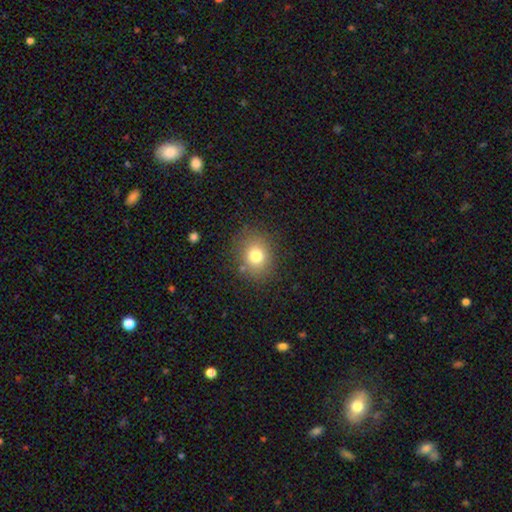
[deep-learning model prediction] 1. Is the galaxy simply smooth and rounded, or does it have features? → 78% smooth, 12% star or artifact, 10% featured or disk.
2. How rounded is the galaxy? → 65% round, 35% in between, 1% cigar-shaped.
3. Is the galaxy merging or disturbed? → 84% none, 11% minor disturbance, 4% major disturbance, 2% merger.